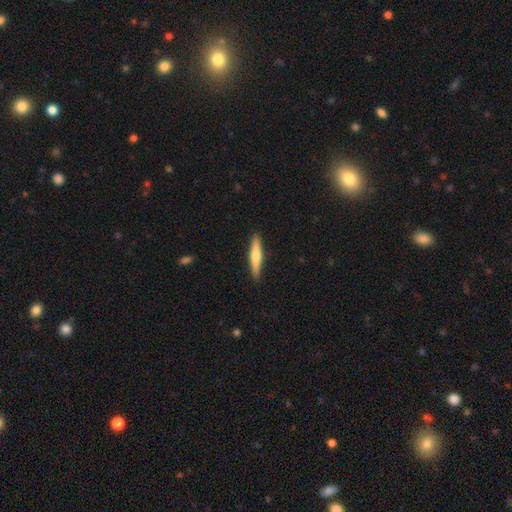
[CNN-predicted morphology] This is possibly a smooth galaxy (57%). How rounded: clearly cigar-shaped (89%). Merging: clearly none (90%).